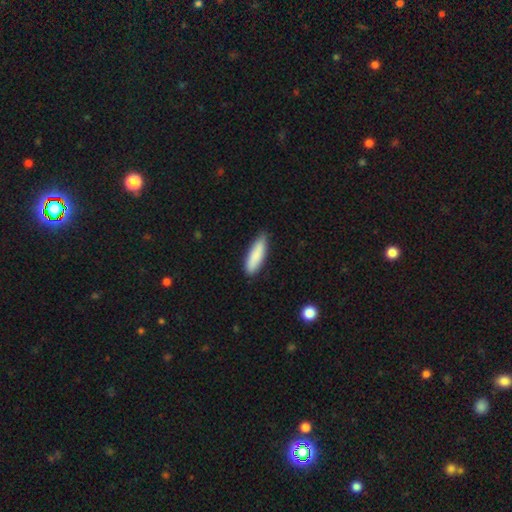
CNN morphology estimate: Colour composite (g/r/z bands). It shows a smooth galaxy with no disk features (86%) that is cigar-shaped (58%). Merging: none (80%).